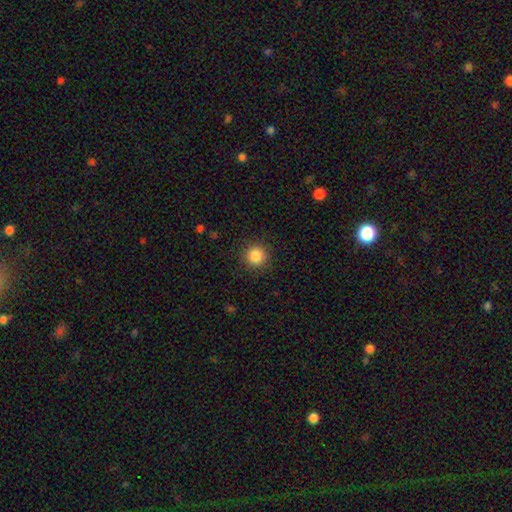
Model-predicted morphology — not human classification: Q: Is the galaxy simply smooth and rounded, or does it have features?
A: smooth — 86%.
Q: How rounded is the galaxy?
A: round — 94%.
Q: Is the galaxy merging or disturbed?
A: none — 90%.